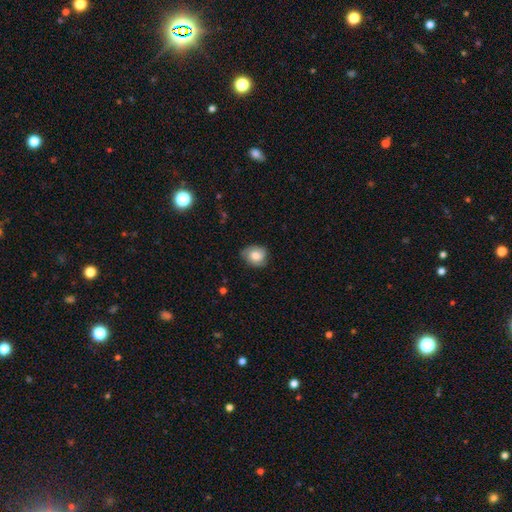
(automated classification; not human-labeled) Smooth or featured: smooth — 55% (featured or disk — 36%)
How rounded: round — 58% (in between — 41%)
Merging: none — 74% (minor disturbance — 20%)